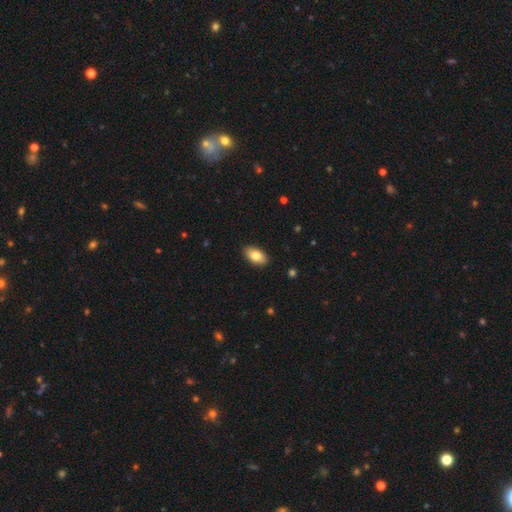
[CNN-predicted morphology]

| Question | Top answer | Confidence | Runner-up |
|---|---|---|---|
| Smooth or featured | smooth | 83% | featured or disk (10%) |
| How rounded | in between | 93% | round (4%) |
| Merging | none | 89% | minor disturbance (8%) |